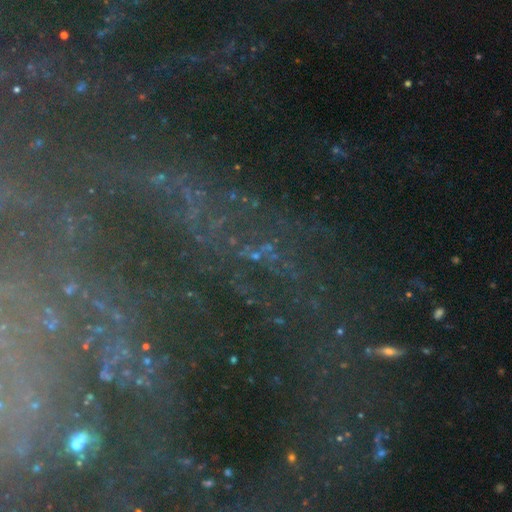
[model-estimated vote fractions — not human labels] Smooth or featured? Predicted: star or artifact (p=0.71).